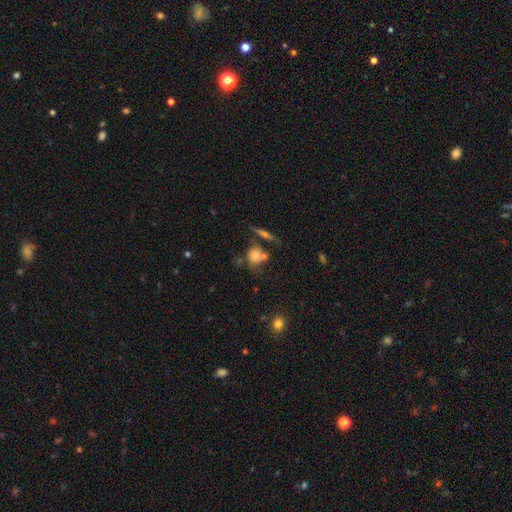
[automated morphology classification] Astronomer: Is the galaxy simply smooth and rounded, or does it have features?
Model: smooth — 62%.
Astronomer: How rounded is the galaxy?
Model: round — 72%.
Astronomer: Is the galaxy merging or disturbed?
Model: none — 48%.